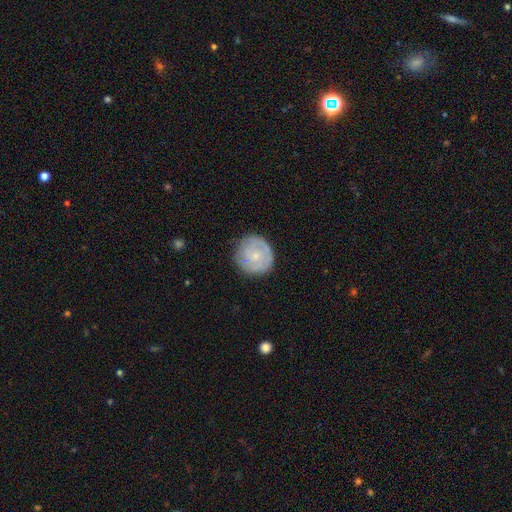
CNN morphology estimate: smooth_or_featured: smooth (p=0.48) [alt: featured or disk p=0.46]
merging: none (p=0.80) [alt: minor disturbance p=0.15]